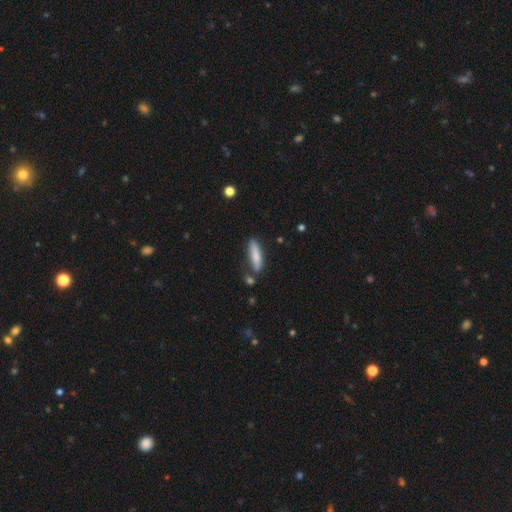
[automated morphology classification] Smooth or featured? smooth (77%)
How rounded? cigar-shaped (75%)
Merging? none (74%)